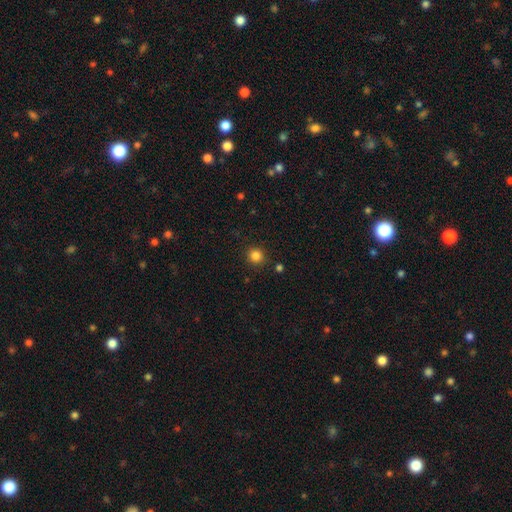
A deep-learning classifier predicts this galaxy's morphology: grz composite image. It shows a smooth galaxy with no disk features (84%) that is round (91%). Merging: none (90%).